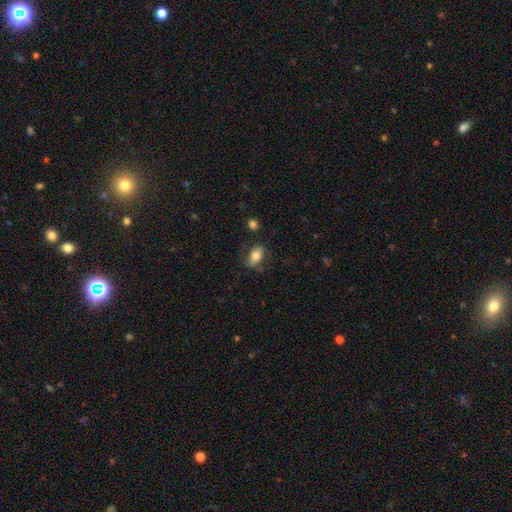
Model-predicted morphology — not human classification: Overall: smooth (71%). How rounded: in between (88%). Merging: none (66%).